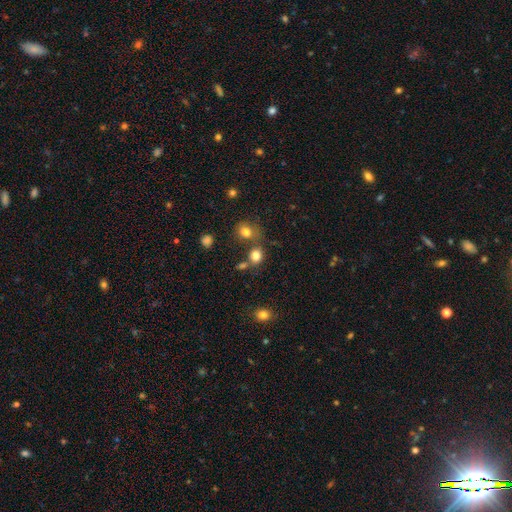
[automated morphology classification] A smooth galaxy with no disk features (80%) that is round (71%). Merging: none (60%).